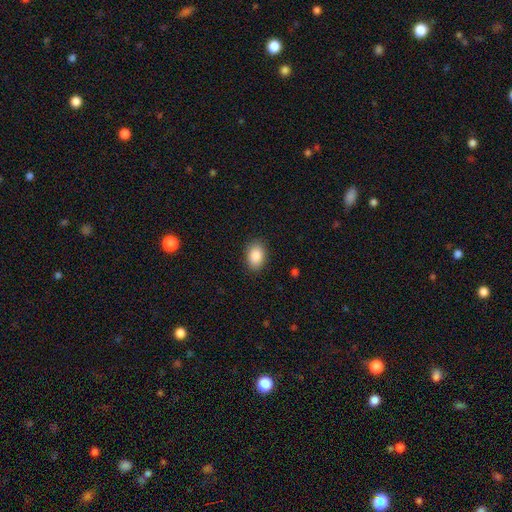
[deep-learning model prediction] Q: Smooth or featured?
A: smooth (88%); runner-up: star or artifact (7%)
Q: How rounded?
A: in between (85%); runner-up: round (13%)
Q: Merging?
A: none (87%); runner-up: minor disturbance (9%)